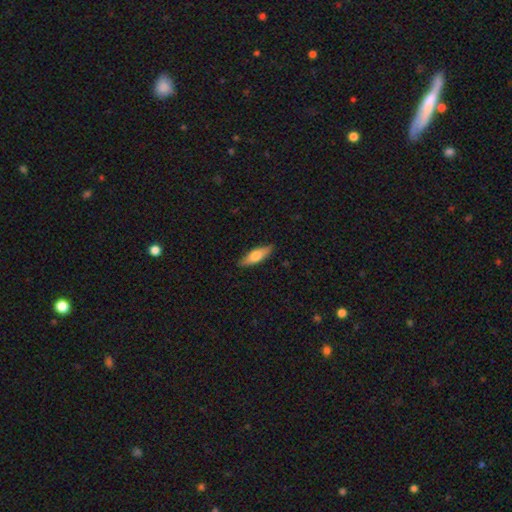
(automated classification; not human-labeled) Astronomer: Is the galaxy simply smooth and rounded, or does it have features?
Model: smooth — 62%.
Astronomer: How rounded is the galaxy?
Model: cigar-shaped — 51% (runner-up: in between, 47%).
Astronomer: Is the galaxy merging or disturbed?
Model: none — 87%.